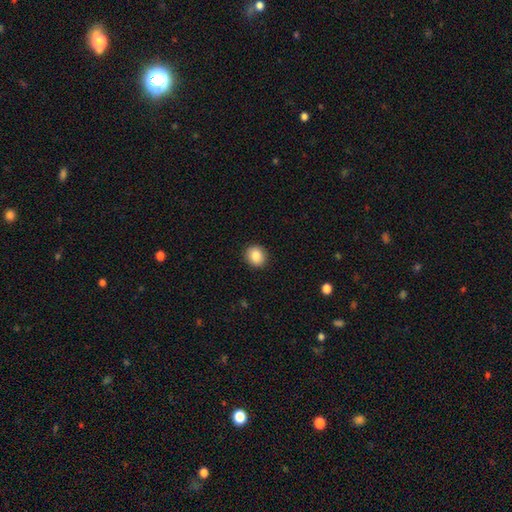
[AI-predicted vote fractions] smooth-or-featured: smooth: 86% | star or artifact: 9% | featured or disk: 5%
  how-rounded: round: 79% | in between: 20% | cigar-shaped: 1%
  merging: none: 91% | minor disturbance: 6% | major disturbance: 2% | merger: 1%